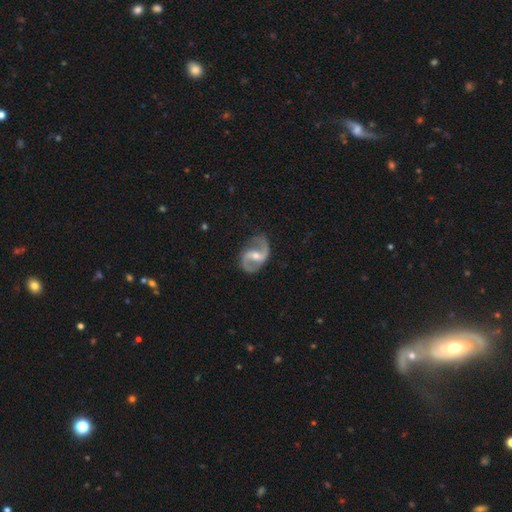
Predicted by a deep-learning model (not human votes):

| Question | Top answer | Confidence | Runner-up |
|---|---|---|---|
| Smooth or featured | featured or disk | 90% | smooth (6%) |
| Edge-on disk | no | 98% | yes (2%) |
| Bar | weak | 47% | strong (33%) |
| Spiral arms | yes | 97% | no (3%) |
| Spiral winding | medium | 45% | loose (44%) |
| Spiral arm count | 2 | 93% | 1 (2%) |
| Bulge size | moderate | 55% | small (41%) |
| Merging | none | 80% | minor disturbance (14%) |